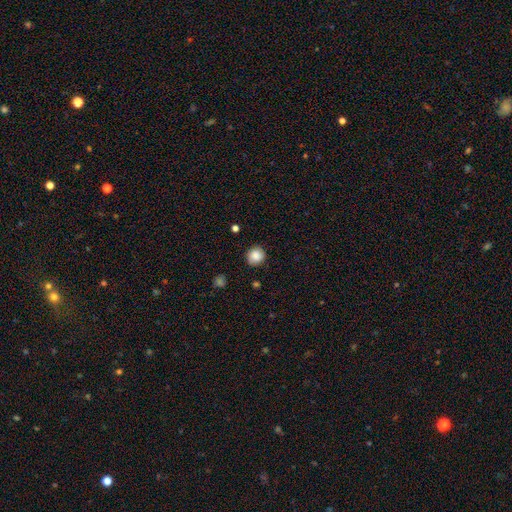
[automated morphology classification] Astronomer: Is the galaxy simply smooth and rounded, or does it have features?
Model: smooth — 86%.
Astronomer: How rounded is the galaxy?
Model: round — 90%.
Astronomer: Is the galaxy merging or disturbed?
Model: none — 87%.